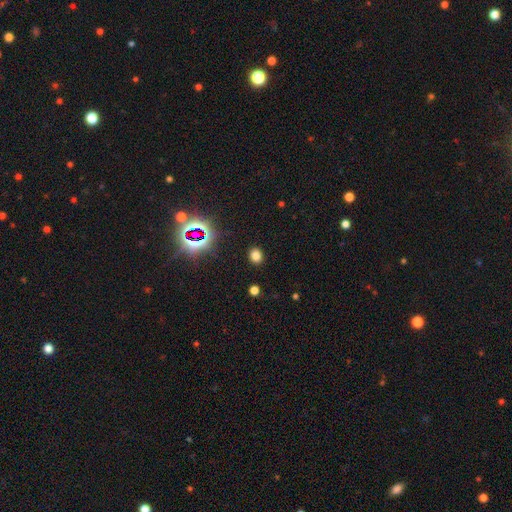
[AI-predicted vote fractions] smooth_or_featured: smooth (p=0.74) [alt: star or artifact p=0.21]
how_rounded: round (p=0.59) [alt: in between p=0.40]
merging: none (p=0.89) [alt: minor disturbance p=0.07]